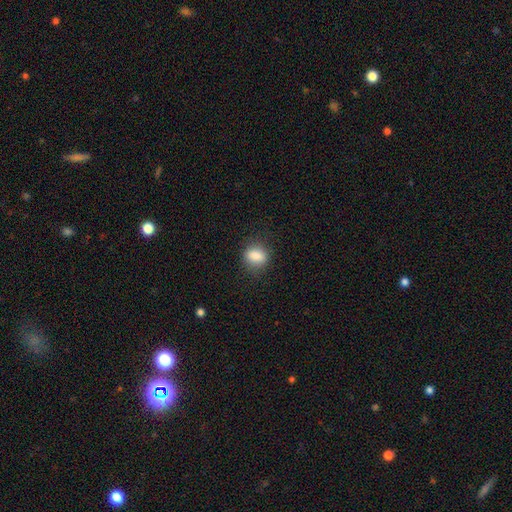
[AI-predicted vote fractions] Smooth or featured?
  - smooth: 85% *
  - star or artifact: 9%
  - featured or disk: 6%
How rounded?
  - in between: 61% *
  - round: 36%
  - cigar-shaped: 3%
Merging?
  - none: 80% *
  - minor disturbance: 14%
  - major disturbance: 4%
  - merger: 1%